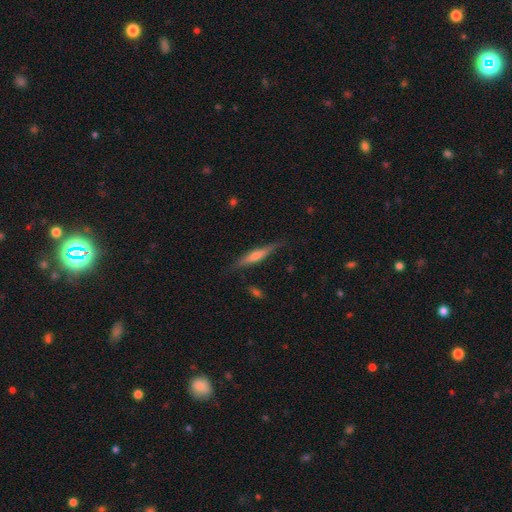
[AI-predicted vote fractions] featured or disk 62%, smooth 31%, star or artifact 7%. Down the decision tree: edge-on disk — yes (96%); edge-on bulge — rounded (69%); merging — none (83%).